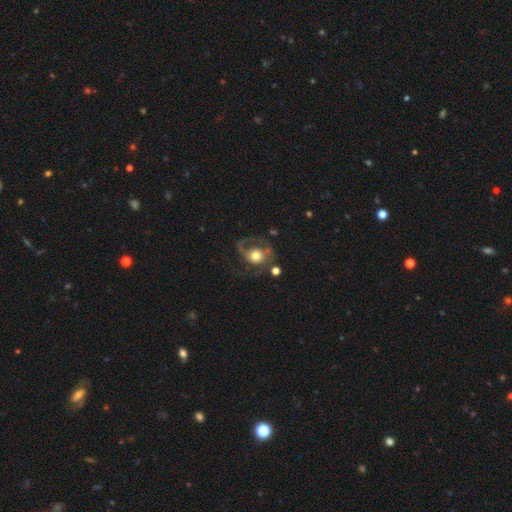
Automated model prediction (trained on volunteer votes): A featured or disk galaxy (65%) with no bar (78%), spiral arms (78%) and a moderate central bulge (61%).

Vote fractions:
- Smooth or featured? featured or disk: 65% / smooth: 28% / star or artifact: 7%
- Edge-on disk? no: 97% / yes: 3%
- Bar? no: 78% / weak: 18% / strong: 5%
- Spiral arms? yes: 78% / no: 22%
- Bulge size? moderate: 61% / large: 26% / small: 8% / dominant: 3% / none: 1%
- Merging? none: 43% / major disturbance: 34% / minor disturbance: 18% / merger: 5%